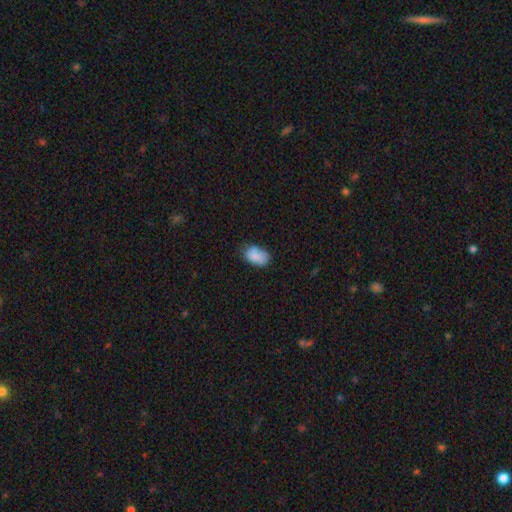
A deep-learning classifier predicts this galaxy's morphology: Smooth or featured? smooth (81%)
How rounded? in between (88%)
Merging? none (58%)